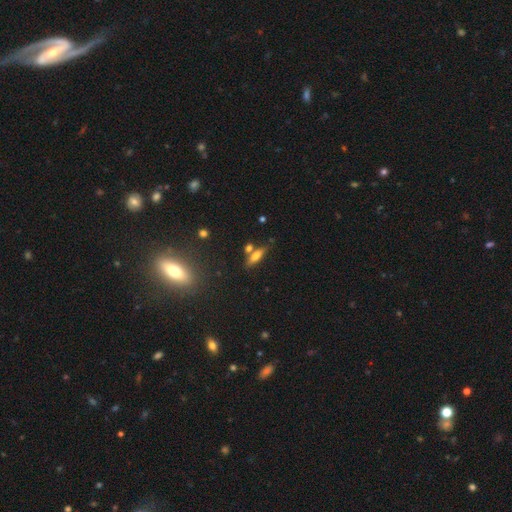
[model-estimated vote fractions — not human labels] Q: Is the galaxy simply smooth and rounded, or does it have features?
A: smooth — 59%.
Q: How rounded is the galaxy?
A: cigar-shaped — 55%.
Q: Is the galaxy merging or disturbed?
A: none — 66%.